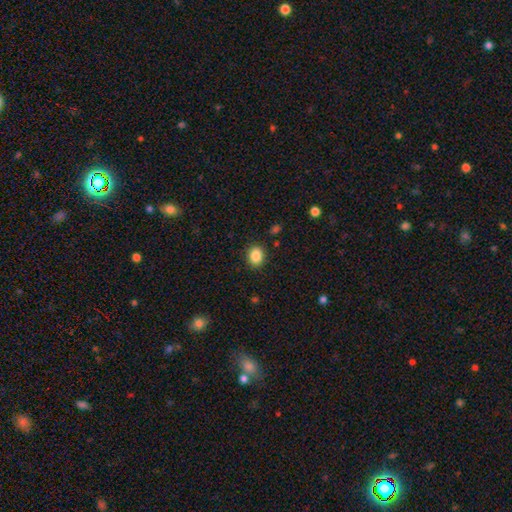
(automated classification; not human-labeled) A smooth galaxy with no disk features (87%) that is in between round and cigar-shaped (50%).

Vote fractions:
- Smooth or featured? smooth: 87% / star or artifact: 9% / featured or disk: 4%
- How rounded? in between: 50% / round: 49% / cigar-shaped: 1%
- Merging? none: 87% / minor disturbance: 9% / major disturbance: 3% / merger: 1%